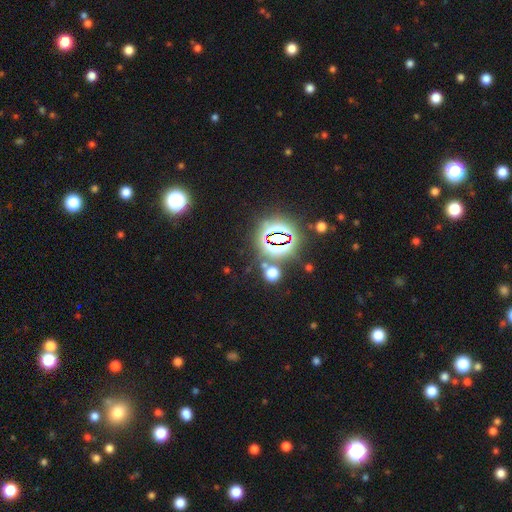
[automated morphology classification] Smooth or featured? Predicted: star or artifact (p=0.80).